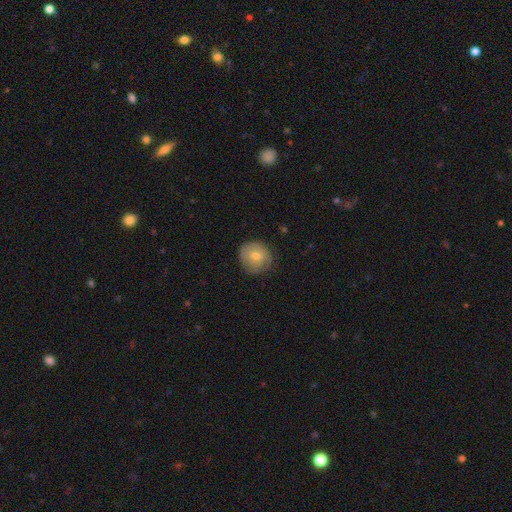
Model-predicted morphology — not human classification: smooth_or_featured: smooth (p=0.64) [alt: featured or disk p=0.27]
how_rounded: round (p=0.89) [alt: in between p=0.10]
merging: none (p=0.78) [alt: minor disturbance p=0.17]